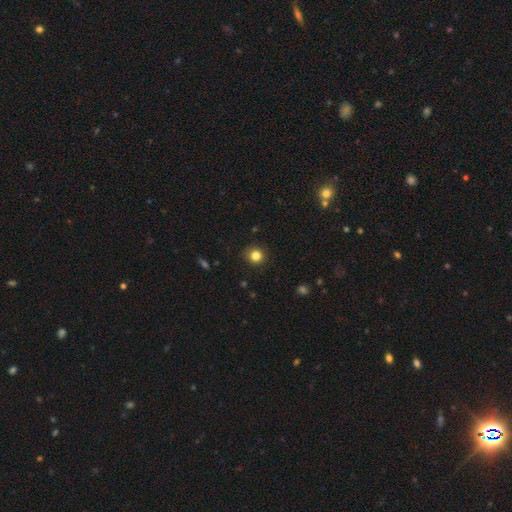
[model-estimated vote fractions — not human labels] Smooth or featured: smooth — 83% (star or artifact — 12%)
How rounded: round — 91% (in between — 8%)
Merging: none — 88% (minor disturbance — 8%)